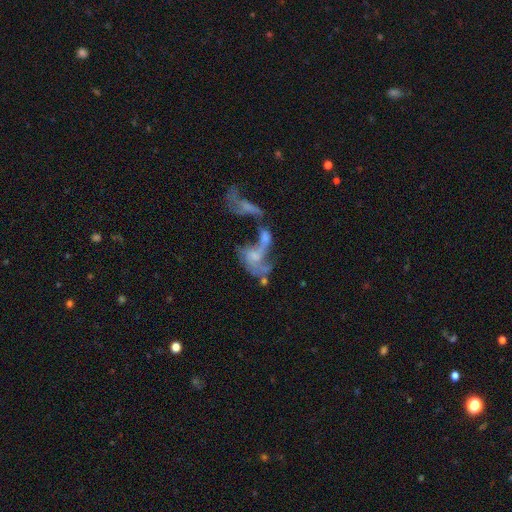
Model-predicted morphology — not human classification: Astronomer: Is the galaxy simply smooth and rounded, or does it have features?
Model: featured or disk — 61%.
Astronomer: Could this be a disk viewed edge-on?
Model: no — 96%.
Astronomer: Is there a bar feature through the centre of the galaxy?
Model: no — 76%.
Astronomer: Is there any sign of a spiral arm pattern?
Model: no — 58% (runner-up: yes, 42%).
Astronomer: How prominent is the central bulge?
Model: none — 44% (runner-up: small, 29%).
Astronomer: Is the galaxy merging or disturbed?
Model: merger — 60%.